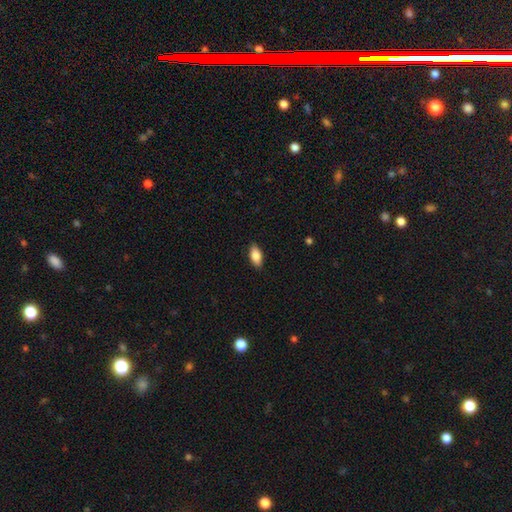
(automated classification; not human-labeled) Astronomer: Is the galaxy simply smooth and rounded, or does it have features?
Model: smooth — 84%.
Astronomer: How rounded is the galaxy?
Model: in between — 91%.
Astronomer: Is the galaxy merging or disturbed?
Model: none — 88%.